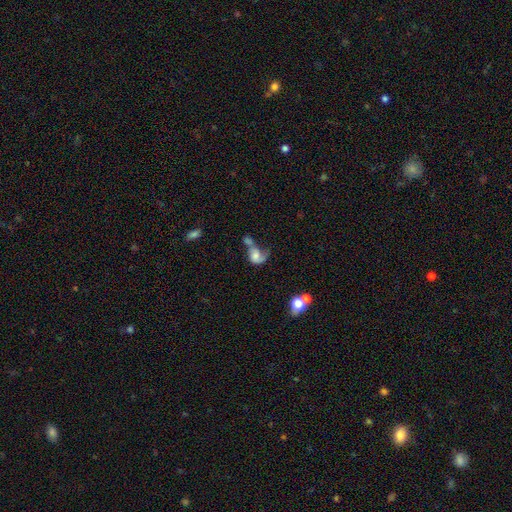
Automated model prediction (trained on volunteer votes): A featured or disk galaxy (48%).

Vote fractions:
- Smooth or featured? featured or disk: 48% / smooth: 41% / star or artifact: 11%
- Merging? merger: 45% / major disturbance: 28% / none: 16% / minor disturbance: 11%